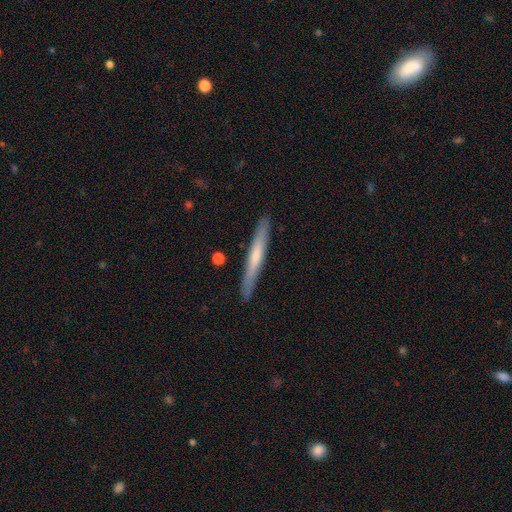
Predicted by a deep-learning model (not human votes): Smooth or featured?
  - smooth: 52% *
  - featured or disk: 42%
  - star or artifact: 5%
How rounded?
  - cigar-shaped: 96% *
  - in between: 3%
  - round: 1%
Merging?
  - none: 89% *
  - minor disturbance: 8%
  - major disturbance: 2%
  - merger: 1%